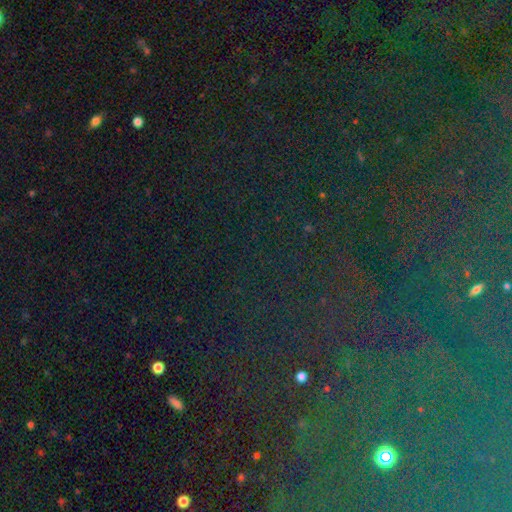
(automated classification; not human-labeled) Smooth or featured?
  - star or artifact: 81% *
  - smooth: 10%
  - featured or disk: 9%